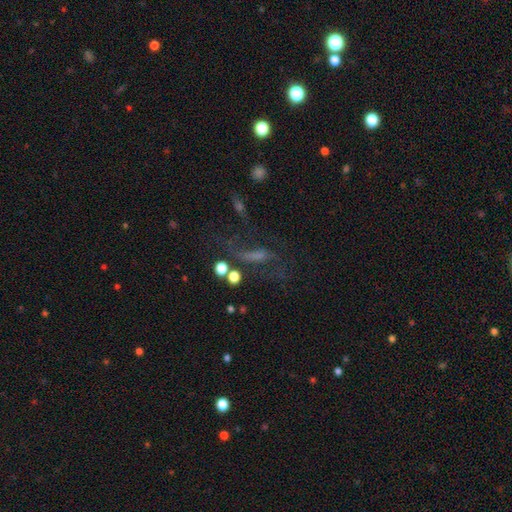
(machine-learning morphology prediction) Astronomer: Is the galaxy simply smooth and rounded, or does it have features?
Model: featured or disk — 47% (runner-up: star or artifact, 28%).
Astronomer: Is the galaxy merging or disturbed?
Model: none — 42% (runner-up: major disturbance, 33%).